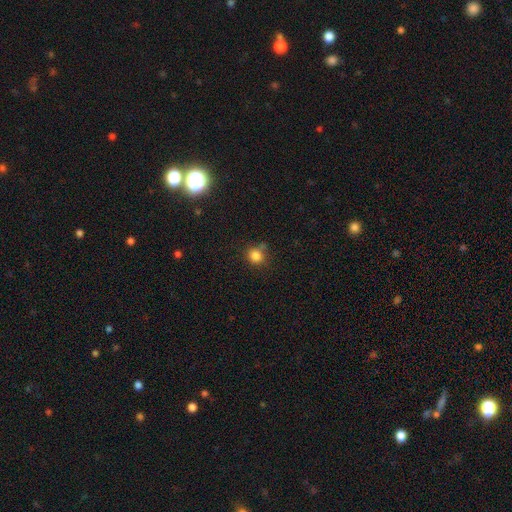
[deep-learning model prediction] Smooth or featured? Predicted: smooth (p=0.83). How rounded? Predicted: round (p=0.85). Merging? Predicted: none (p=0.70).